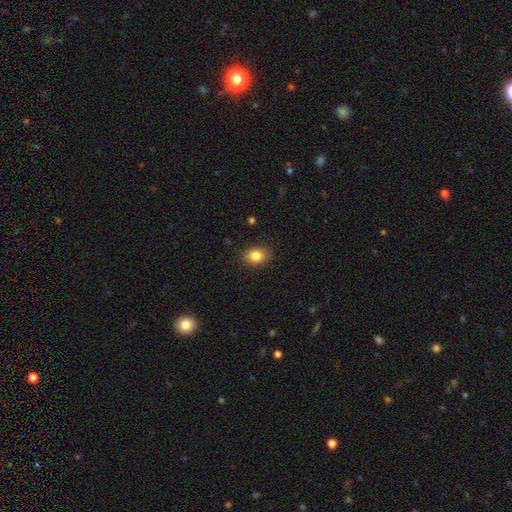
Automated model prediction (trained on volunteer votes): This is clearly a smooth galaxy (84%). How rounded: likely in between (66%). Merging: clearly none (87%).